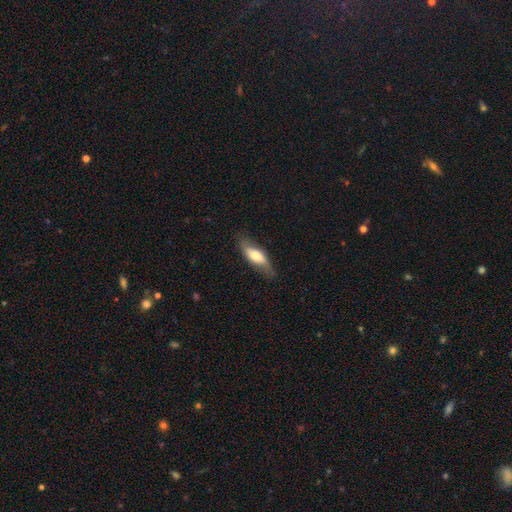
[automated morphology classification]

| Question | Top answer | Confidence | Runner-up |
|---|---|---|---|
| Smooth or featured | smooth | 55% | featured or disk (39%) |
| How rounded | in between | 65% | cigar-shaped (32%) |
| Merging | none | 73% | minor disturbance (21%) |